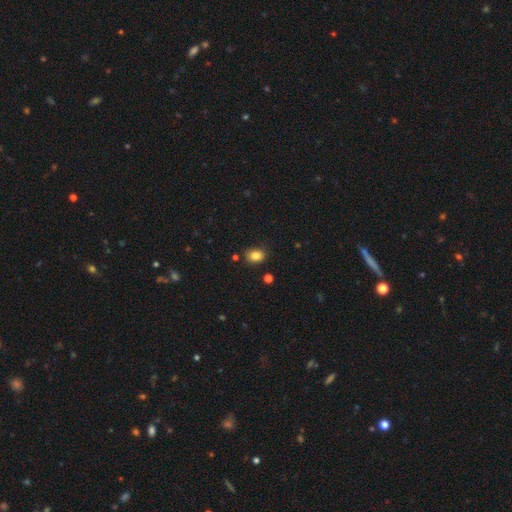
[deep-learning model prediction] smooth-or-featured: smooth: 85% | star or artifact: 10% | featured or disk: 5%
  how-rounded: in between: 70% | round: 29% | cigar-shaped: 1%
  merging: none: 84% | minor disturbance: 11% | merger: 3% | major disturbance: 3%